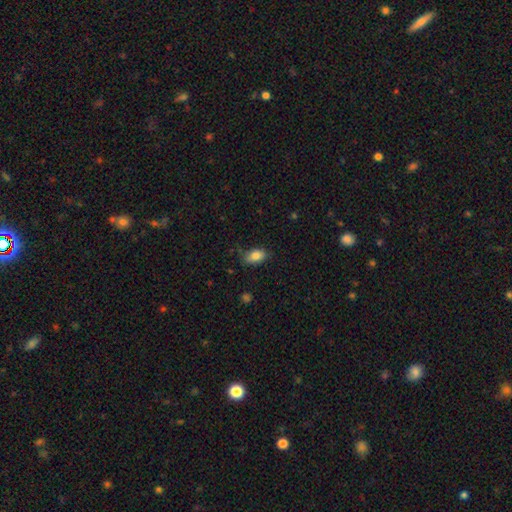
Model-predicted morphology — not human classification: The model was most divided on "merging": none: 76%, minor disturbance: 19%, major disturbance: 4%, merger: 2%. More confident: how rounded — in between (89%); smooth or featured — smooth (83%).